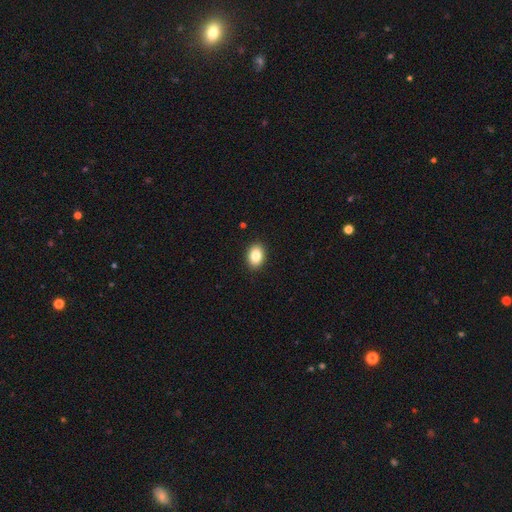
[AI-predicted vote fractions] Smooth or featured? smooth (85%)
How rounded? in between (76%)
Merging? none (91%)